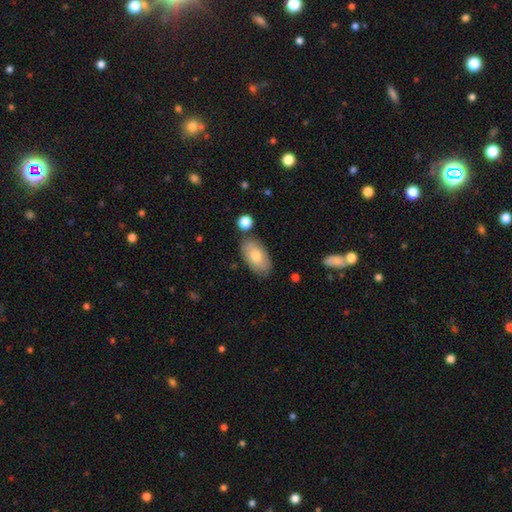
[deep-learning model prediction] Overall: smooth (75%). How rounded: in between (93%). Merging: none (79%).